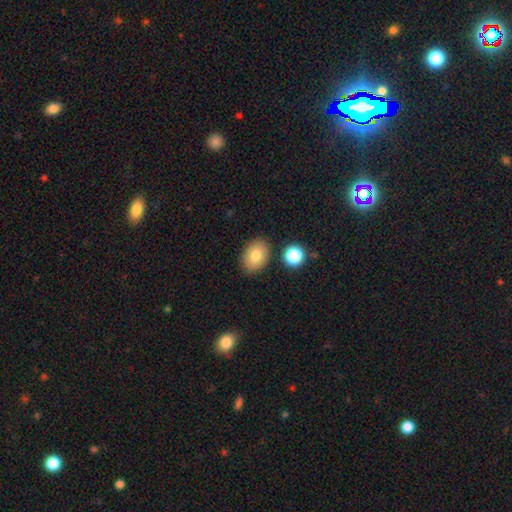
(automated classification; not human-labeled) Smooth or featured?
  - smooth: 79% *
  - featured or disk: 13%
  - star or artifact: 9%
How rounded?
  - in between: 81% *
  - round: 17%
  - cigar-shaped: 1%
Merging?
  - none: 83% *
  - minor disturbance: 10%
  - merger: 4%
  - major disturbance: 3%